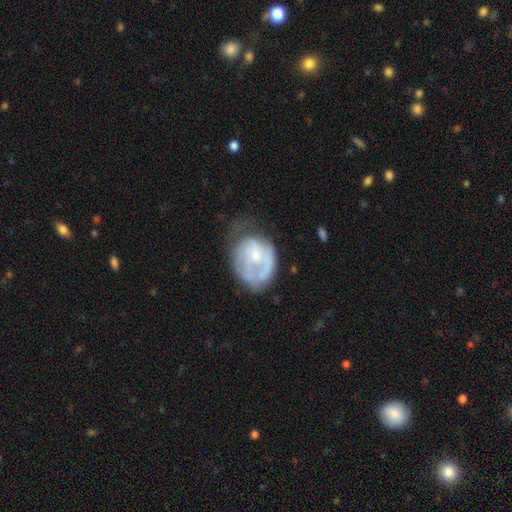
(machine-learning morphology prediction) Smooth or featured: featured or disk — 57% (smooth — 36%)
Edge-on disk: no — 97% (yes — 3%)
Bar: no — 78% (weak — 19%)
Spiral arms: no — 54% (yes — 46%)
Bulge size: small — 48% (moderate — 38%)
Merging: none — 35% (minor disturbance — 32%)